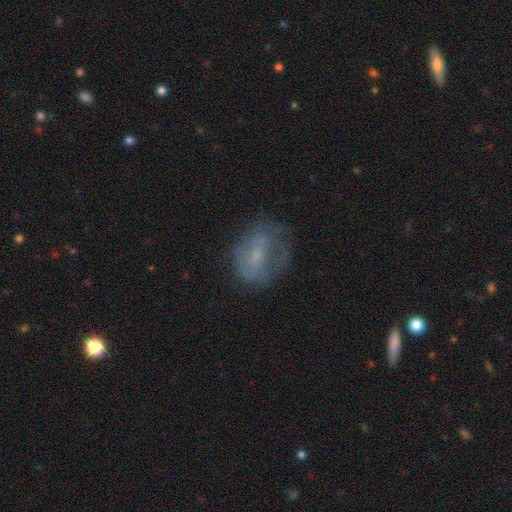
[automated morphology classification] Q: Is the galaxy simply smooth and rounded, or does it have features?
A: smooth — 45%.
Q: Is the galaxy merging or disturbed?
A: none — 53%.